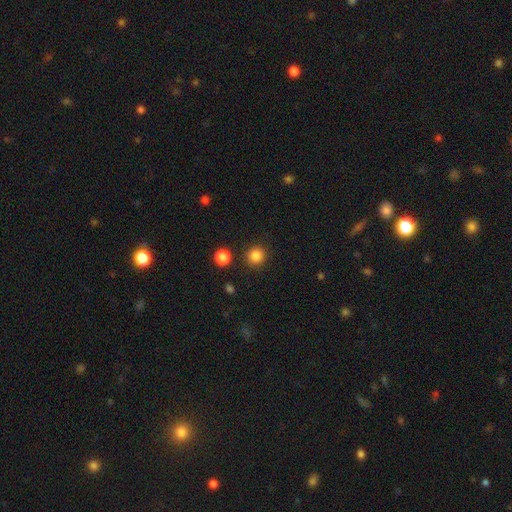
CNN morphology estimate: smooth-or-featured: smooth: 85% | star or artifact: 12% | featured or disk: 4%
  how-rounded: round: 90% | in between: 9% | cigar-shaped: 1%
  merging: none: 88% | minor disturbance: 6% | major disturbance: 3% | merger: 3%